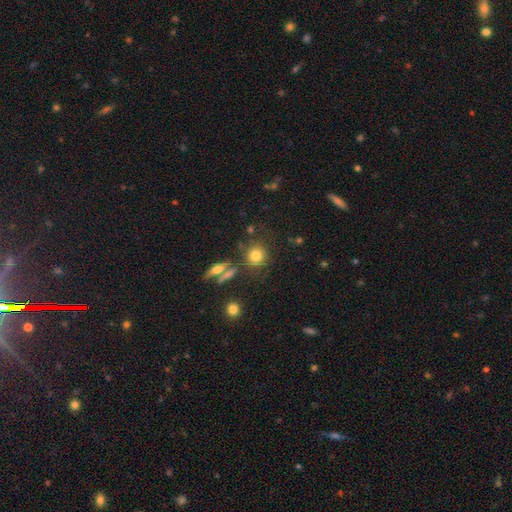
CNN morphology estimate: Smooth or featured: smooth — 77% (star or artifact — 12%)
How rounded: round — 86% (in between — 12%)
Merging: none — 74% (minor disturbance — 11%)